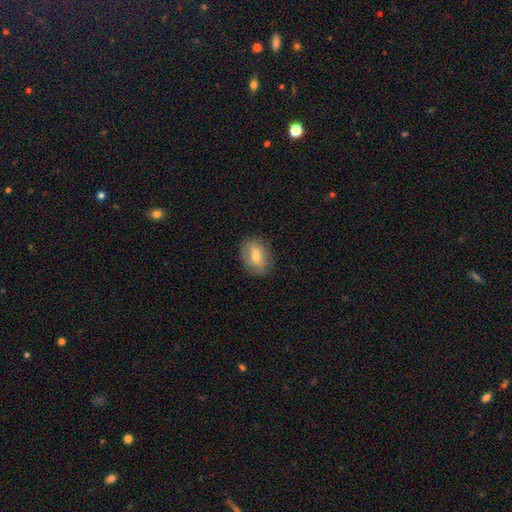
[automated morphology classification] smooth-or-featured: smooth: 63% | featured or disk: 29% | star or artifact: 8%
  how-rounded: in between: 68% | round: 30% | cigar-shaped: 2%
  merging: none: 82% | minor disturbance: 13% | major disturbance: 4% | merger: 1%